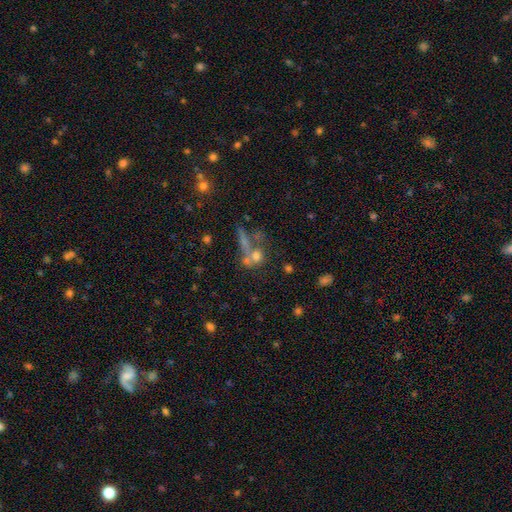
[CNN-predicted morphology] type=smooth (59%); roundness=round (70%); merging=merger (40%, tied with none).